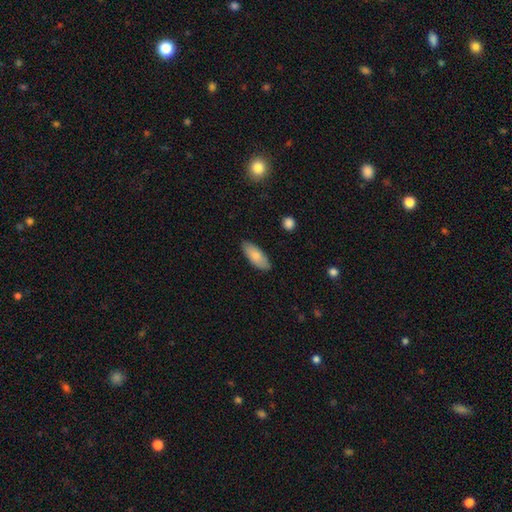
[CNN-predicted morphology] smooth 81%, featured or disk 13%, star or artifact 6%. Down the decision tree: how rounded — in between (80%); merging — none (86%).